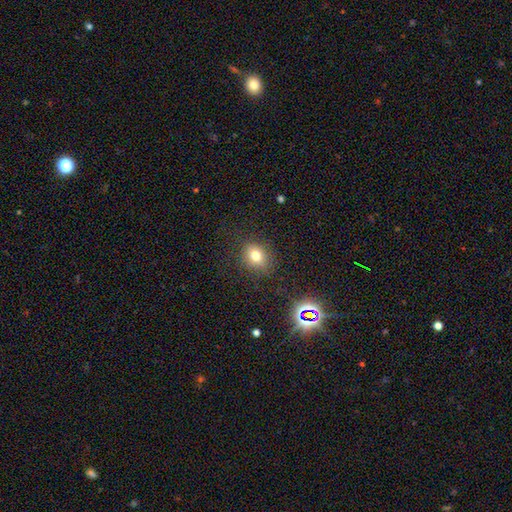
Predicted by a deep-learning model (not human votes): A smooth galaxy with no disk features (75%) that is round (62%). Merging: none (82%).